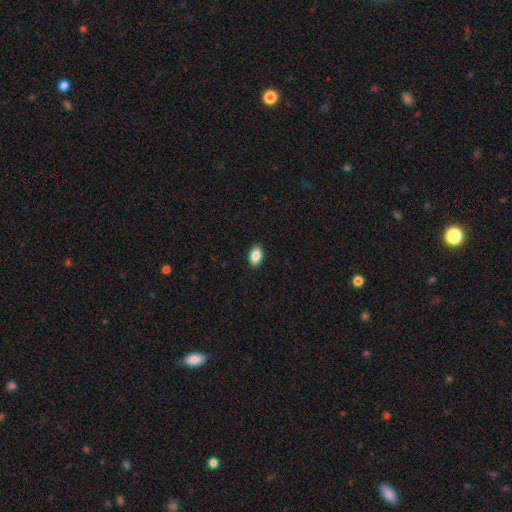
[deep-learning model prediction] smooth 86%, star or artifact 8%, featured or disk 6%. Down the decision tree: how rounded — in between (89%); merging — none (90%).